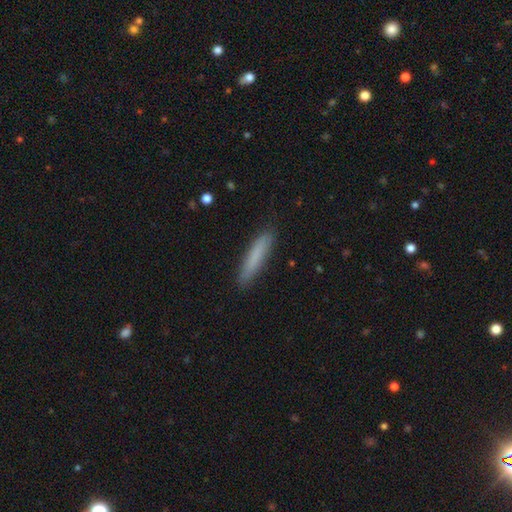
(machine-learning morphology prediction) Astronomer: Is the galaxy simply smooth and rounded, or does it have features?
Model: smooth — 79%.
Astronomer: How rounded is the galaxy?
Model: cigar-shaped — 90%.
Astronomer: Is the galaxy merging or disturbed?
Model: none — 88%.